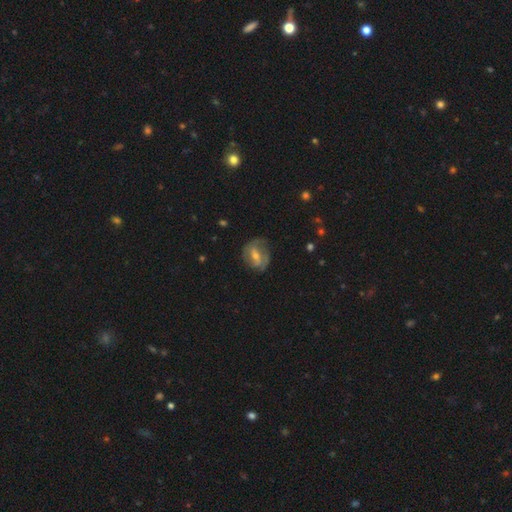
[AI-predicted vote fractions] Morphology: type=featured or disk (61%); edge-on=no (94%); bar=weak (44%); spiral arms=yes (67%); bulge=moderate (53%); merging=none (67%).